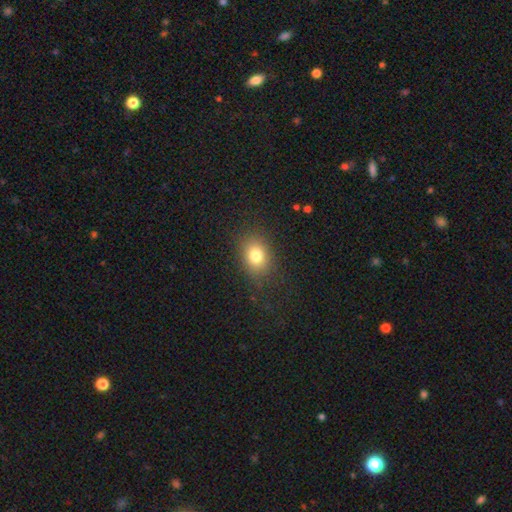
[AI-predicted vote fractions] A smooth galaxy with no disk features (79%) that is in between round and cigar-shaped (60%). Merging: none (83%).